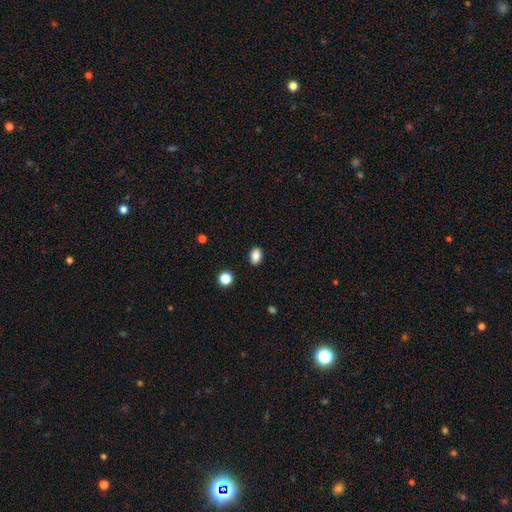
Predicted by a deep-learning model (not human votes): Smooth or featured?
  - smooth: 87% *
  - star or artifact: 10%
  - featured or disk: 4%
How rounded?
  - in between: 78% *
  - round: 21%
  - cigar-shaped: 1%
Merging?
  - none: 89% *
  - minor disturbance: 7%
  - major disturbance: 2%
  - merger: 1%